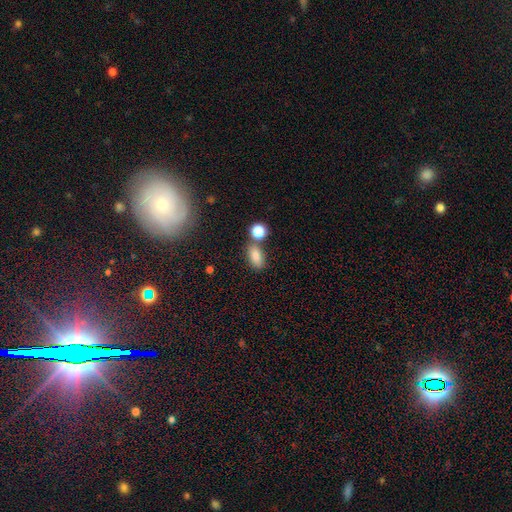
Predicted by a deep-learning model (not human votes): Smooth or featured: smooth — 81% (star or artifact — 10%)
How rounded: in between — 83% (round — 12%)
Merging: none — 63% (merger — 21%)